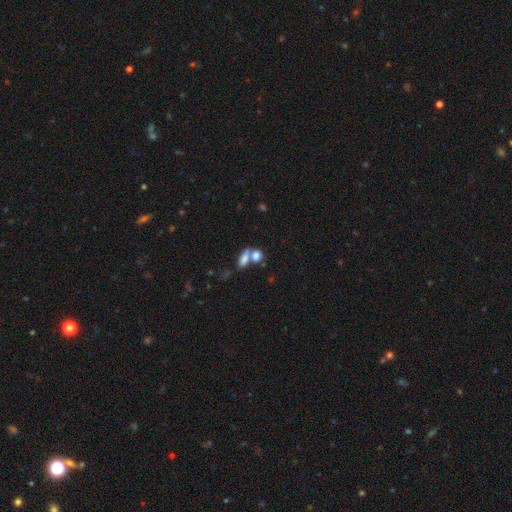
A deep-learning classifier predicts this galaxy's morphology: Smooth or featured?
  - smooth: 78% *
  - star or artifact: 11%
  - featured or disk: 11%
How rounded?
  - in between: 61% *
  - round: 32%
  - cigar-shaped: 7%
Merging?
  - merger: 48% *
  - none: 38%
  - minor disturbance: 9%
  - major disturbance: 5%